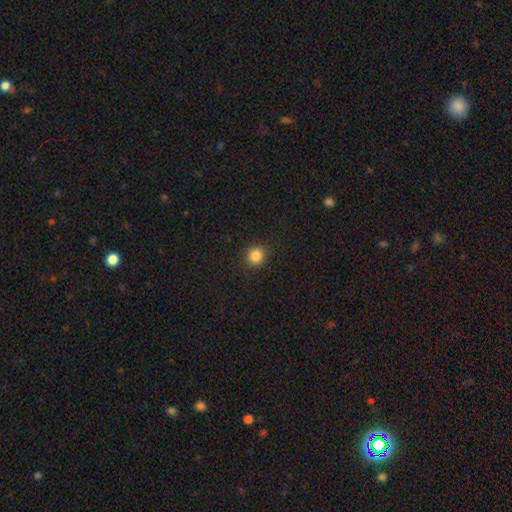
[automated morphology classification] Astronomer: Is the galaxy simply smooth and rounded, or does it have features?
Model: smooth — 85%.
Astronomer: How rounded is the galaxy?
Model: round — 88%.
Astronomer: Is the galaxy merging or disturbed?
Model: none — 90%.